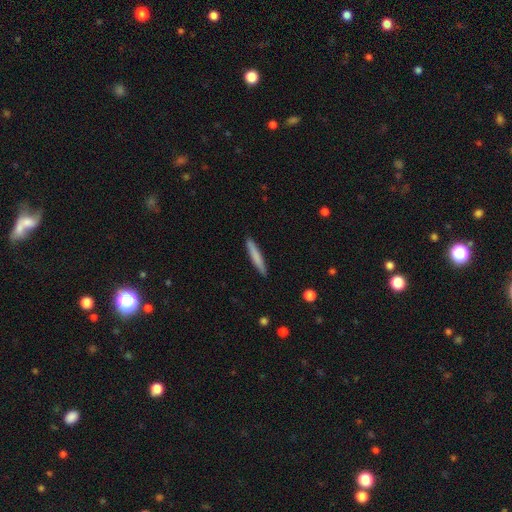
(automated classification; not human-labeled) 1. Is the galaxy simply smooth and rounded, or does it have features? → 76% smooth, 19% featured or disk, 5% star or artifact.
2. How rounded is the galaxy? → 94% cigar-shaped, 4% in between, 1% round.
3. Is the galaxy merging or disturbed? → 91% none, 7% minor disturbance, 1% major disturbance, 1% merger.